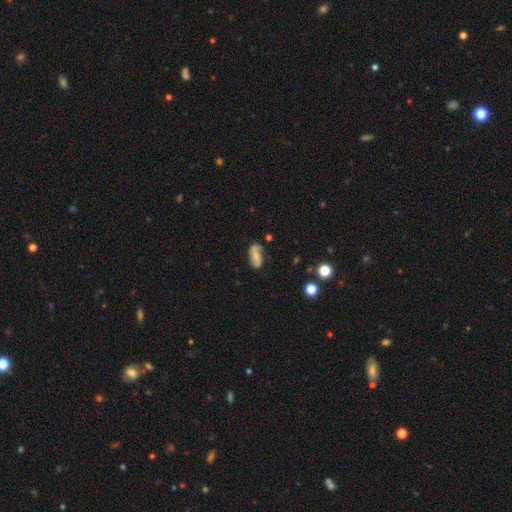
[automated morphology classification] Smooth or featured?
  - smooth: 52% *
  - featured or disk: 38%
  - star or artifact: 9%
How rounded?
  - in between: 84% *
  - cigar-shaped: 12%
  - round: 4%
Merging?
  - none: 57% *
  - minor disturbance: 27%
  - major disturbance: 10%
  - merger: 6%